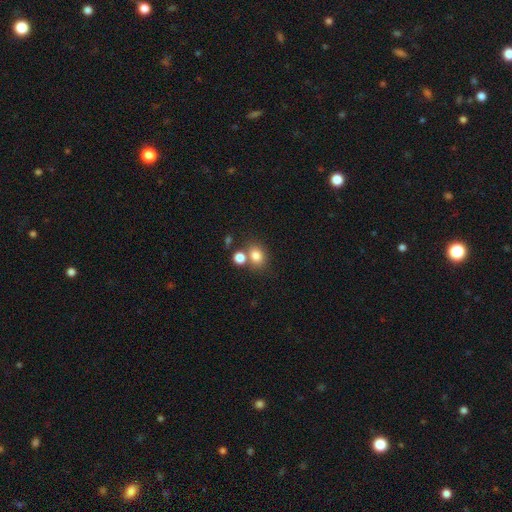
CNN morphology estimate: Smooth or featured?
  - smooth: 80% *
  - star or artifact: 12%
  - featured or disk: 8%
How rounded?
  - round: 58% *
  - in between: 41%
  - cigar-shaped: 1%
Merging?
  - none: 60% *
  - merger: 26%
  - minor disturbance: 11%
  - major disturbance: 4%